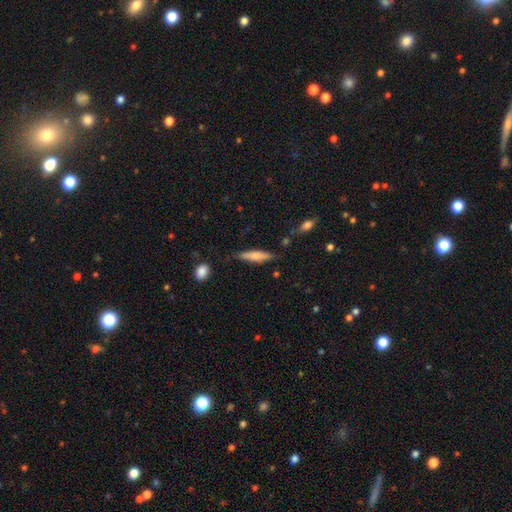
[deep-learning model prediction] Smooth or featured?
  - smooth: 66% *
  - featured or disk: 27%
  - star or artifact: 6%
How rounded?
  - cigar-shaped: 76% *
  - in between: 22%
  - round: 2%
Merging?
  - none: 74% *
  - minor disturbance: 18%
  - major disturbance: 4%
  - merger: 3%